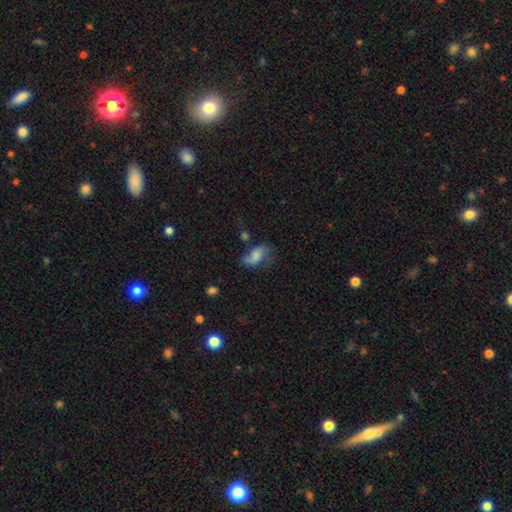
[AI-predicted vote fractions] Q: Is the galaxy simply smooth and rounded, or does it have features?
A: smooth — 55%.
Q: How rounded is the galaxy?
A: in between — 88%.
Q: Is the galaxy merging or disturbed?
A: none — 43%.